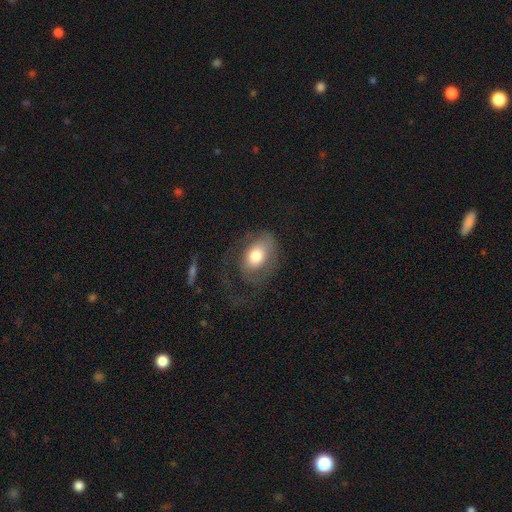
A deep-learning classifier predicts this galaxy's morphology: Smooth or featured?
  - smooth: 59% *
  - featured or disk: 33%
  - star or artifact: 7%
How rounded?
  - in between: 81% *
  - round: 18%
  - cigar-shaped: 1%
Merging?
  - none: 41% *
  - major disturbance: 37%
  - minor disturbance: 20%
  - merger: 2%